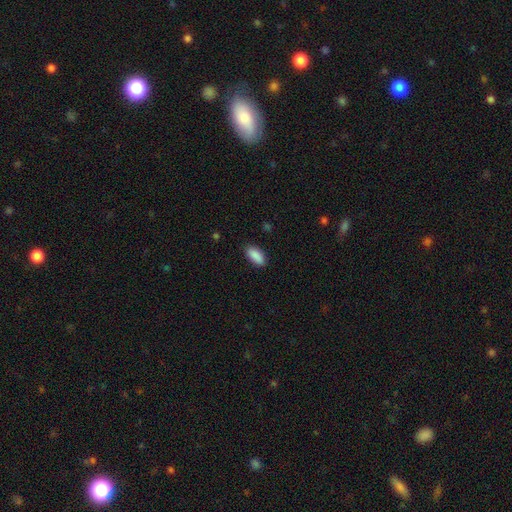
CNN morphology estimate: smooth-or-featured: smooth: 90% | star or artifact: 6% | featured or disk: 4%
  how-rounded: in between: 87% | cigar-shaped: 10% | round: 2%
  merging: none: 86% | minor disturbance: 11% | major disturbance: 2% | merger: 1%